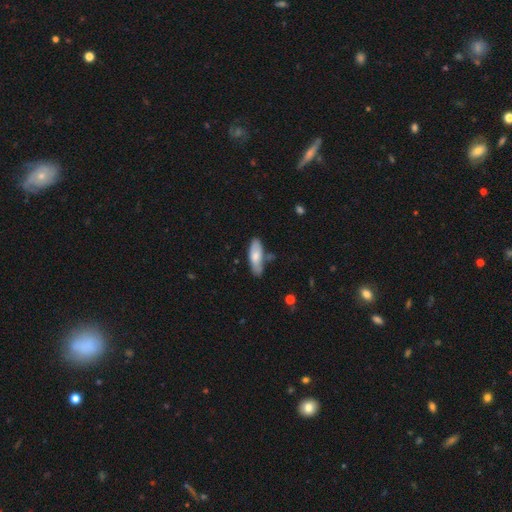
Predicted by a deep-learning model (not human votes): Overall: smooth (71%). How rounded: in between (61%; cigar-shaped 37%). Merging: none (66%).